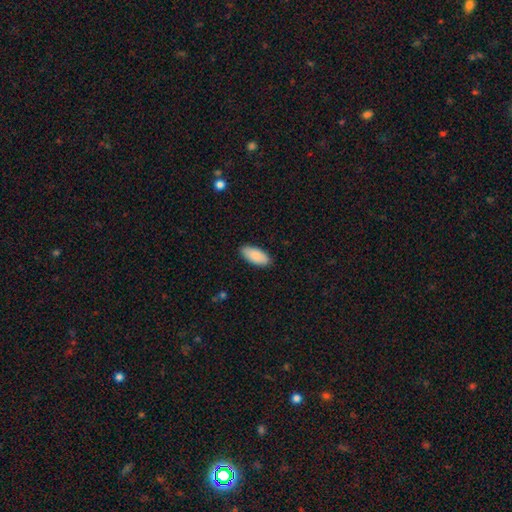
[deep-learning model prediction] Smooth or featured? smooth (89%)
How rounded? in between (90%)
Merging? none (88%)